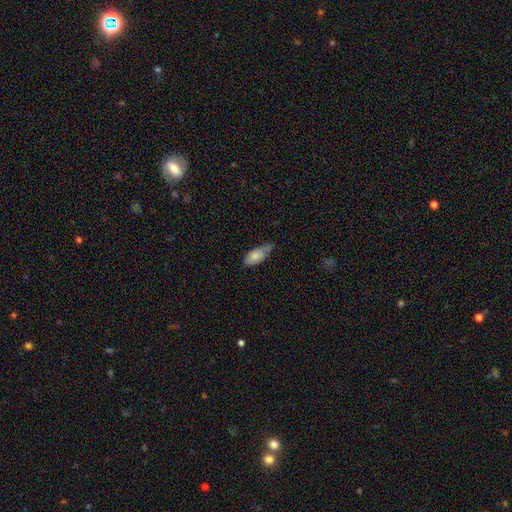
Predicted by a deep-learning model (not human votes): This is likely a smooth galaxy (79%). How rounded: clearly in between (86%). Merging: possibly none (47%).